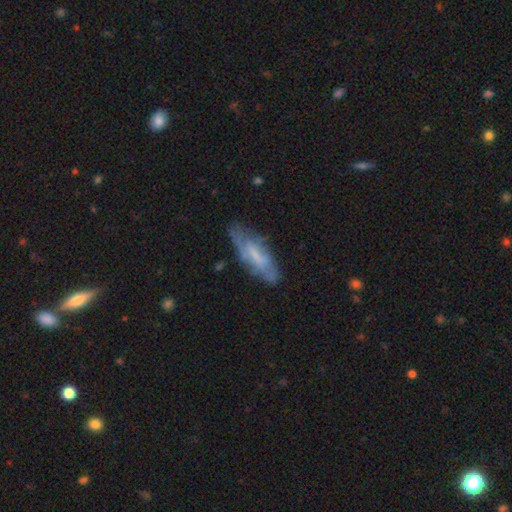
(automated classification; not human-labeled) Q: Smooth or featured?
A: featured or disk (47%); runner-up: smooth (46%)
Q: Merging?
A: none (61%); runner-up: minor disturbance (26%)